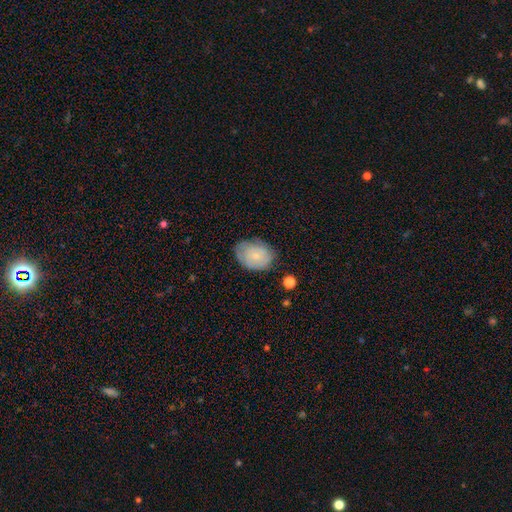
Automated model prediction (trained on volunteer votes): This is likely a smooth galaxy (62%). How rounded: likely in between (67%). Merging: likely none (67%).